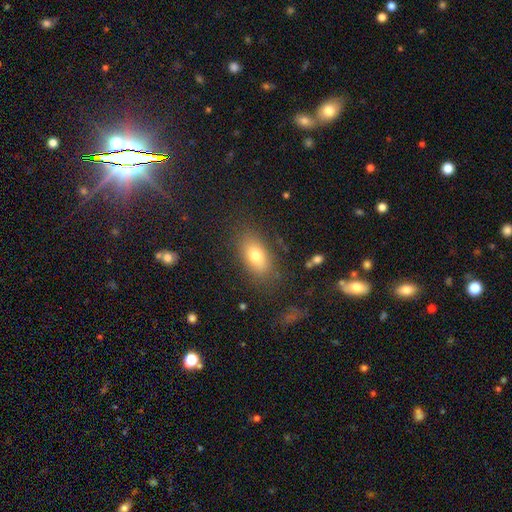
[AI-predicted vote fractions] smooth_or_featured: smooth (p=0.76) [alt: featured or disk p=0.14]
how_rounded: in between (p=0.86) [alt: round p=0.09]
merging: none (p=0.80) [alt: minor disturbance p=0.13]